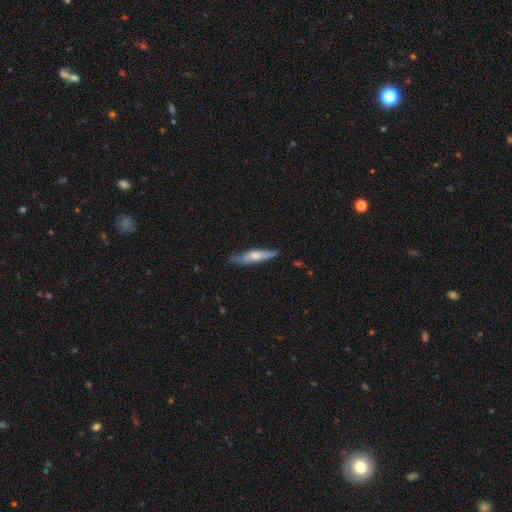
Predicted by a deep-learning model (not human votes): Smooth or featured?
  - smooth: 53% *
  - featured or disk: 42%
  - star or artifact: 5%
How rounded?
  - cigar-shaped: 77% *
  - in between: 21%
  - round: 2%
Merging?
  - none: 70% *
  - minor disturbance: 24%
  - major disturbance: 4%
  - merger: 2%